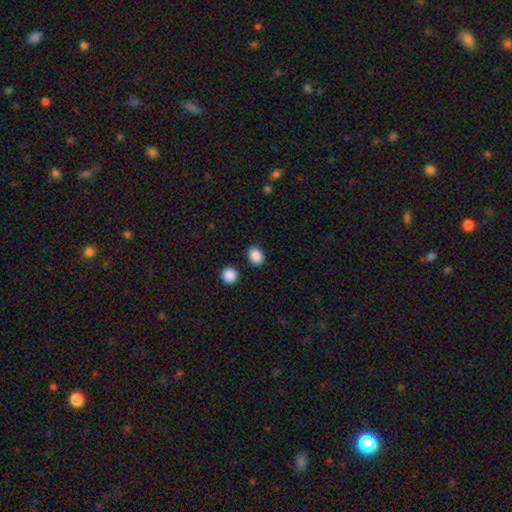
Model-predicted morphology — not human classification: Q: Smooth or featured?
A: smooth (88%); runner-up: star or artifact (9%)
Q: How rounded?
A: round (55%); runner-up: in between (44%)
Q: Merging?
A: none (86%); runner-up: minor disturbance (8%)